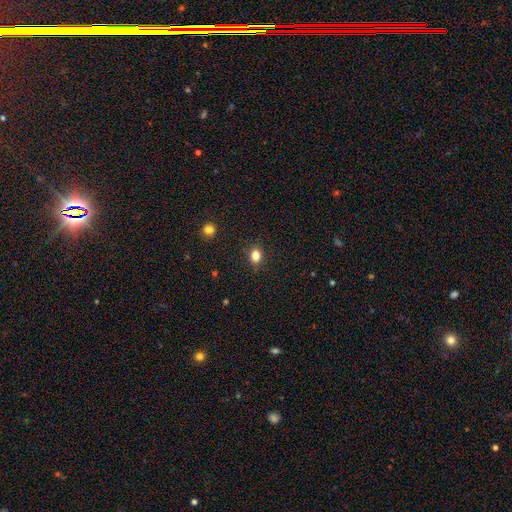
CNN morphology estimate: This appears to be a smooth galaxy with no disk features (81%) that is in between round and cigar-shaped (53%). Merging: none (86%).